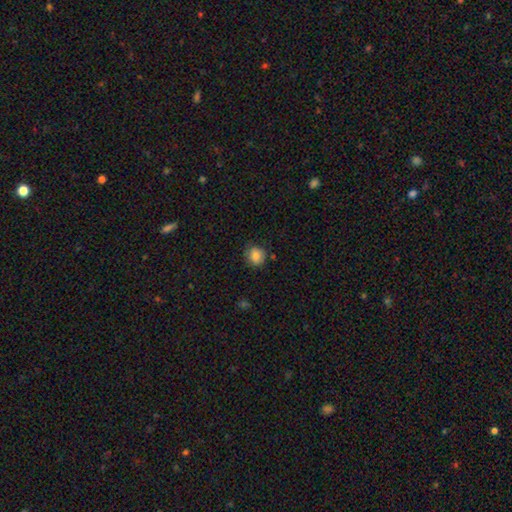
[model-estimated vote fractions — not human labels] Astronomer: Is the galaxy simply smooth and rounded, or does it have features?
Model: smooth — 83%.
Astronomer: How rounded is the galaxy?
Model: round — 87%.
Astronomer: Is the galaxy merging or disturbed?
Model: none — 78%.